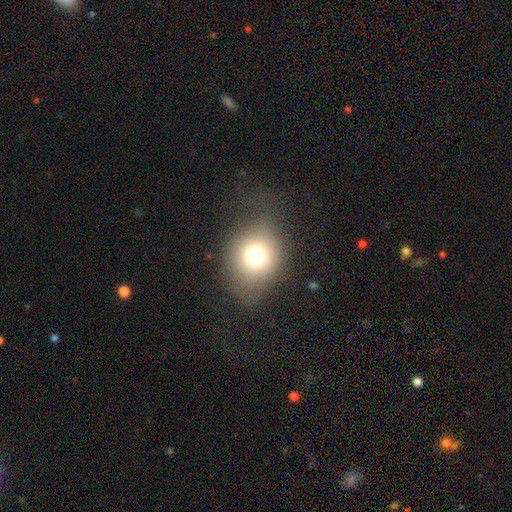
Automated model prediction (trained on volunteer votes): This is likely a smooth galaxy (74%). How rounded: possibly round (54%). Merging: likely none (62%).